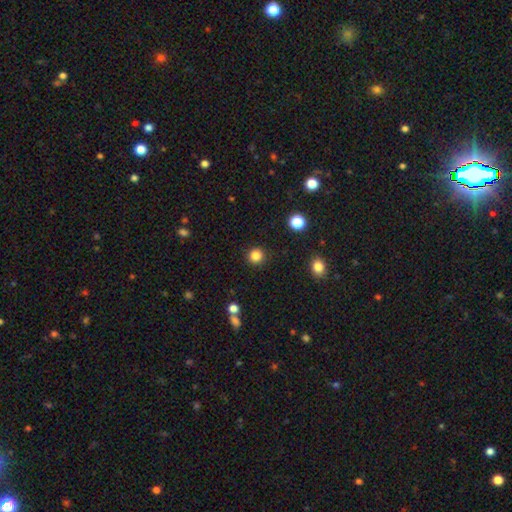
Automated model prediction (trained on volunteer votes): smooth 84%, star or artifact 12%, featured or disk 4%. Down the decision tree: how rounded — round (94%); merging — none (91%).